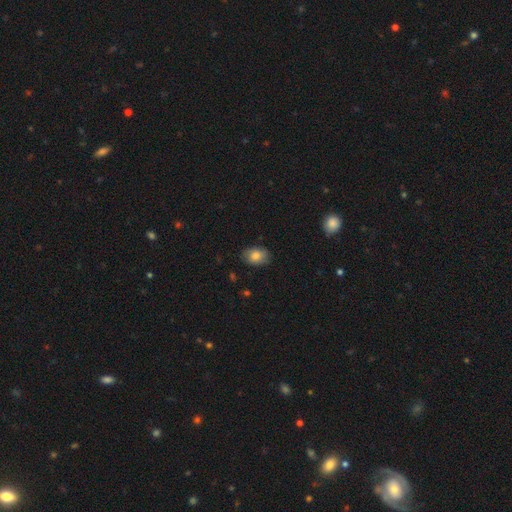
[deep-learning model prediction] Smooth or featured? Predicted: smooth (p=0.80). How rounded? Predicted: in between (p=0.80). Merging? Predicted: none (p=0.81).